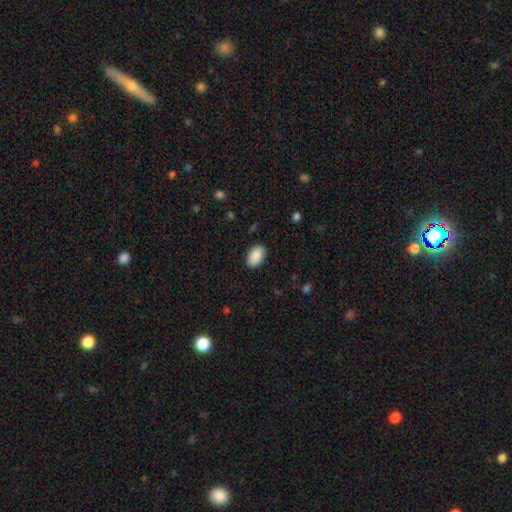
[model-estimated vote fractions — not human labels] Smooth or featured: smooth — 89% (star or artifact — 6%)
How rounded: in between — 91% (round — 8%)
Merging: none — 88% (minor disturbance — 9%)